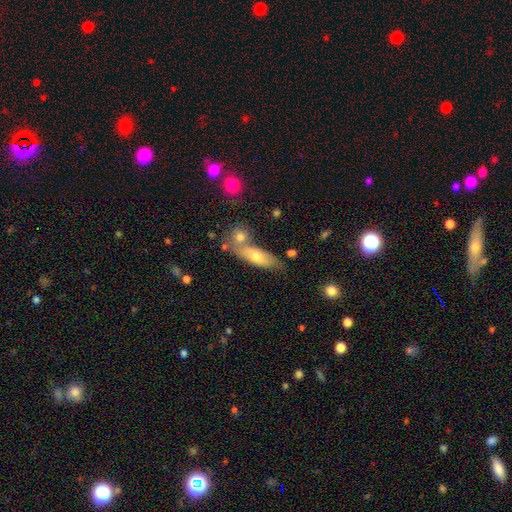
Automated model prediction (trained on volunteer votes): Smooth or featured? smooth (62%)
How rounded? cigar-shaped (50%)
Merging? none (57%)